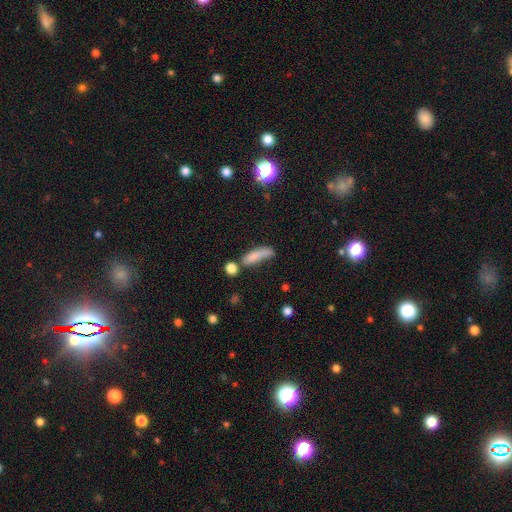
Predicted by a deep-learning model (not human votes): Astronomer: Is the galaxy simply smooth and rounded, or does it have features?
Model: smooth — 77%.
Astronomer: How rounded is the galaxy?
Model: cigar-shaped — 60% (runner-up: in between, 37%).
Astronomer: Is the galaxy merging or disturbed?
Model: none — 40% (runner-up: minor disturbance, 26%).